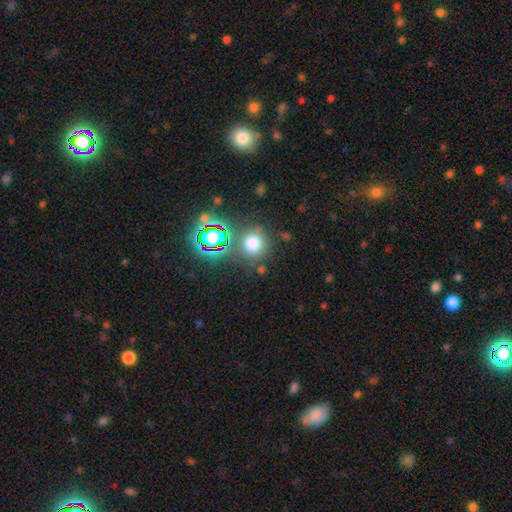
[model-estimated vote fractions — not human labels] Smooth or featured? Predicted: star or artifact (p=0.64).